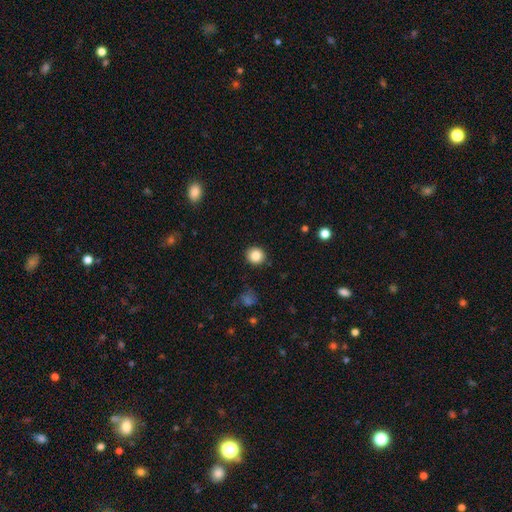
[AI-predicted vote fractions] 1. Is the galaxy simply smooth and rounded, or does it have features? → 86% smooth, 10% star or artifact, 4% featured or disk.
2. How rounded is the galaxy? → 89% round, 10% in between, 1% cigar-shaped.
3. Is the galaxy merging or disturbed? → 90% none, 7% minor disturbance, 2% major disturbance, 1% merger.